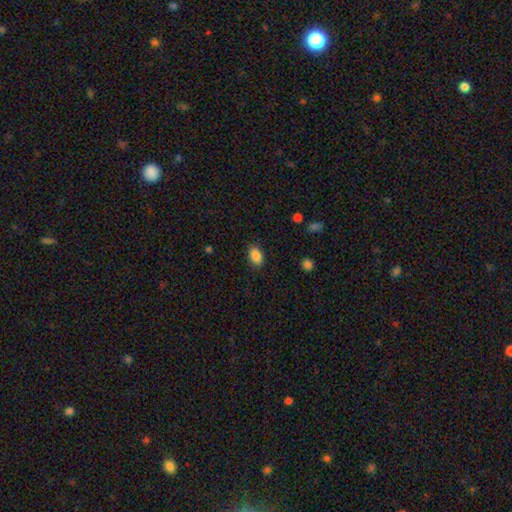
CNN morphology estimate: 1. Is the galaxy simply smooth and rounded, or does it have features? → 87% smooth, 8% star or artifact, 4% featured or disk.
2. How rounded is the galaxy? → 87% in between, 11% round, 1% cigar-shaped.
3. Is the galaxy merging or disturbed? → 87% none, 9% minor disturbance, 2% major disturbance, 1% merger.